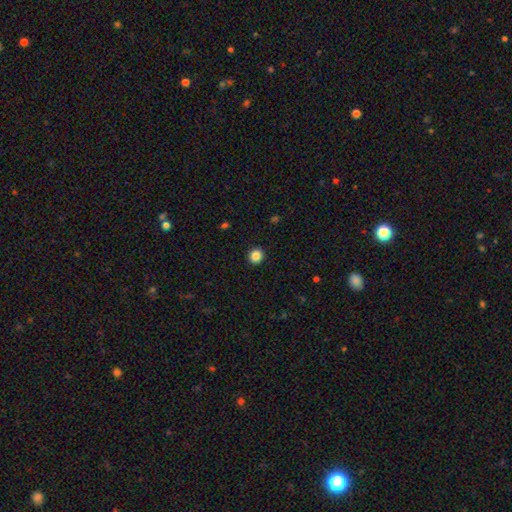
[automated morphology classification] smooth-or-featured: smooth: 85% | star or artifact: 11% | featured or disk: 4%
  how-rounded: round: 90% | in between: 9% | cigar-shaped: 1%
  merging: none: 93% | minor disturbance: 5% | major disturbance: 2% | merger: 1%